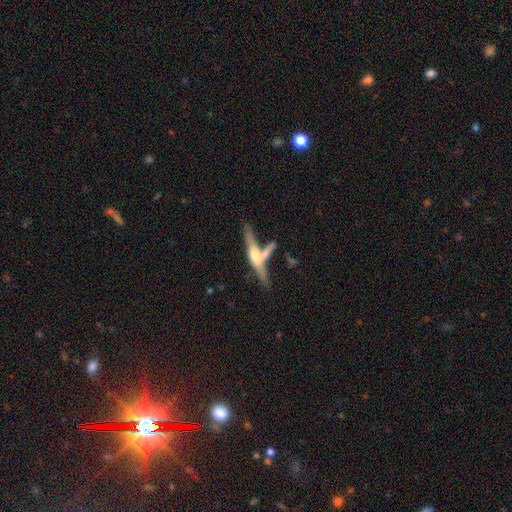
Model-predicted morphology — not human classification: This appears to be a featured or disk galaxy (56%) viewed edge-on (87%). Merging: merger (39%).